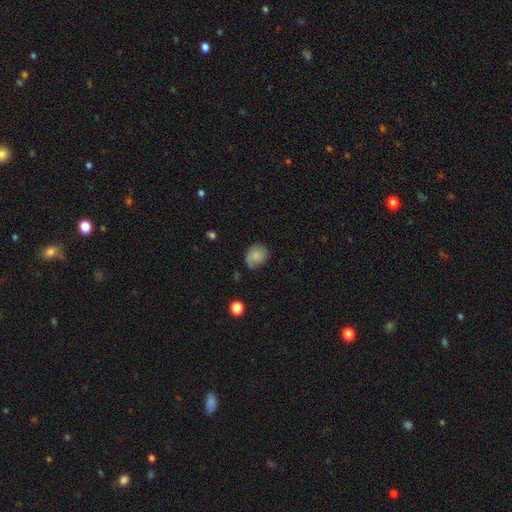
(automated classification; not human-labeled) Smooth or featured? smooth (68%)
How rounded? round (59%)
Merging? none (58%)